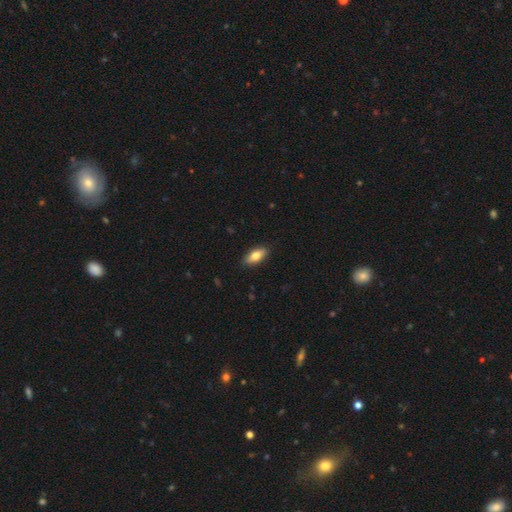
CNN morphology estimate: Q: Smooth or featured?
A: smooth (75%); runner-up: featured or disk (19%)
Q: How rounded?
A: in between (80%); runner-up: cigar-shaped (18%)
Q: Merging?
A: none (88%); runner-up: minor disturbance (9%)